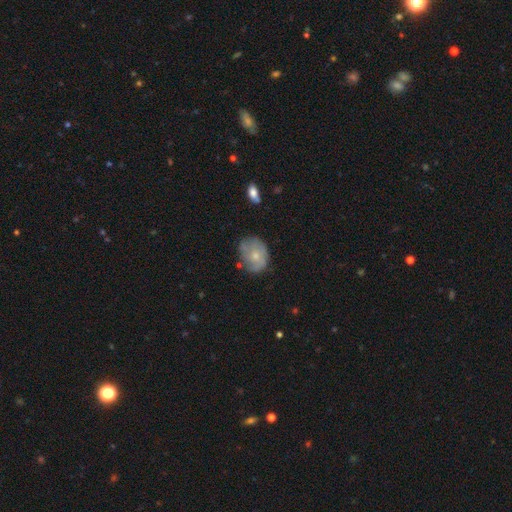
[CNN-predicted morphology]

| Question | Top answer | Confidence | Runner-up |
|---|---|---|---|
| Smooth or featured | smooth | 53% | featured or disk (39%) |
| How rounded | in between | 50% | round (49%) |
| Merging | none | 58% | minor disturbance (30%) |